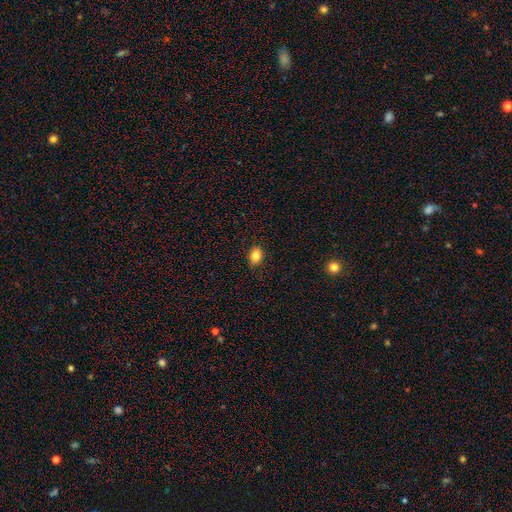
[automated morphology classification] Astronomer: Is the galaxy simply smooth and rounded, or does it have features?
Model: smooth — 84%.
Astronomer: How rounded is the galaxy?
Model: in between — 61% (runner-up: round, 38%).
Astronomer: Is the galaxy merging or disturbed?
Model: none — 88%.